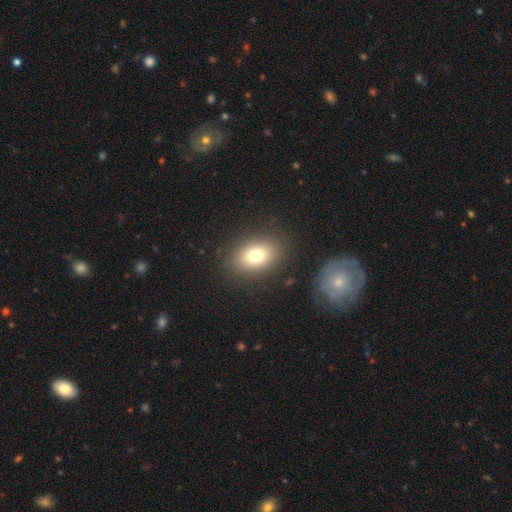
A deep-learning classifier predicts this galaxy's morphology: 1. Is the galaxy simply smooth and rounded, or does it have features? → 76% smooth, 12% featured or disk, 11% star or artifact.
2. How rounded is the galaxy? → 71% in between, 28% round, 1% cigar-shaped.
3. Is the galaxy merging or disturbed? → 86% none, 9% minor disturbance, 4% major disturbance, 2% merger.